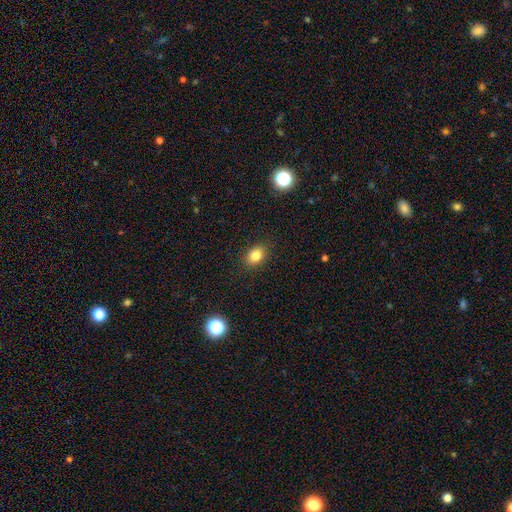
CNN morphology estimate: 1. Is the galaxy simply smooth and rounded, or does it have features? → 83% smooth, 11% star or artifact, 7% featured or disk.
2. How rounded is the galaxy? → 72% in between, 27% round, 1% cigar-shaped.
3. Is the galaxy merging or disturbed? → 88% none, 9% minor disturbance, 2% major disturbance, 1% merger.